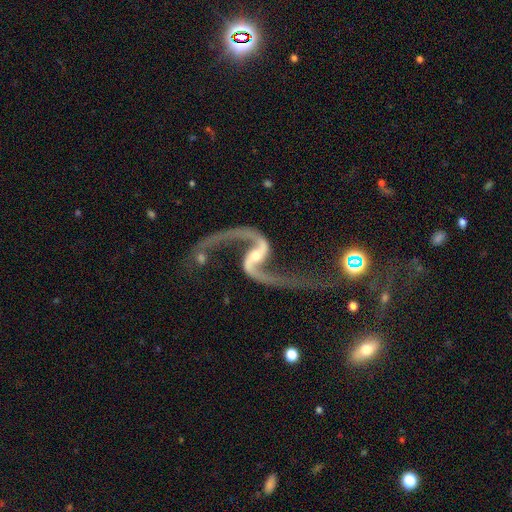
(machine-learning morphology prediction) Smooth or featured? Predicted: featured or disk (p=0.94). Edge-on disk? Predicted: no (p=0.97). Bar? Predicted: weak (p=0.37). Spiral arms? Predicted: yes (p=0.98). Spiral winding? Predicted: loose (p=0.91). Spiral arm count? Predicted: 2 (p=0.95). Bulge size? Predicted: small (p=0.47). Merging? Predicted: none (p=0.57).